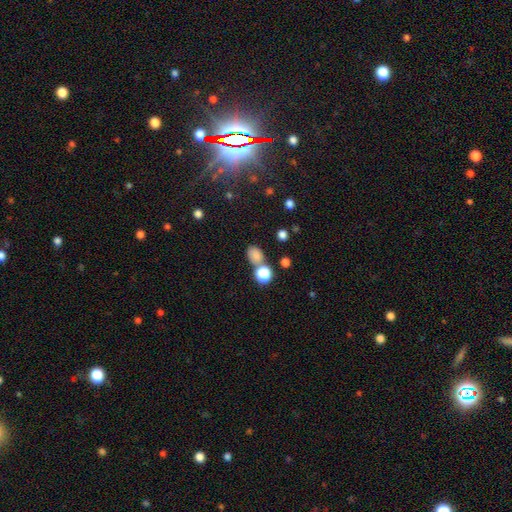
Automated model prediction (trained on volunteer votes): smooth_or_featured: smooth (p=0.77) [alt: star or artifact p=0.16]
how_rounded: in between (p=0.55) [alt: round p=0.44]
merging: none (p=0.62) [alt: merger p=0.20]